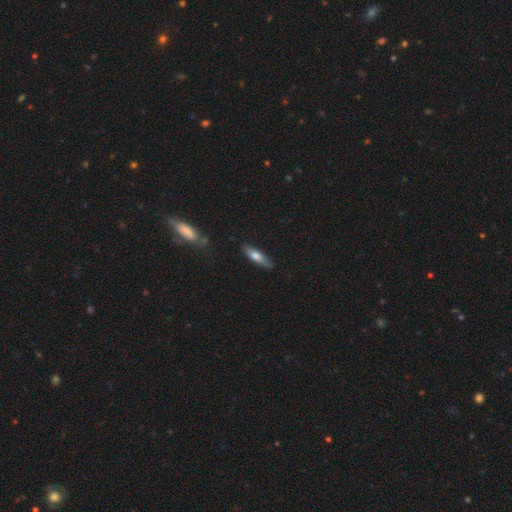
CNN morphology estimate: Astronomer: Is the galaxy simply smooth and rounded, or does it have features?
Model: smooth — 65%.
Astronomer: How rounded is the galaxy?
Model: cigar-shaped — 66%.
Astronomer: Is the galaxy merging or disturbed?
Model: none — 81%.